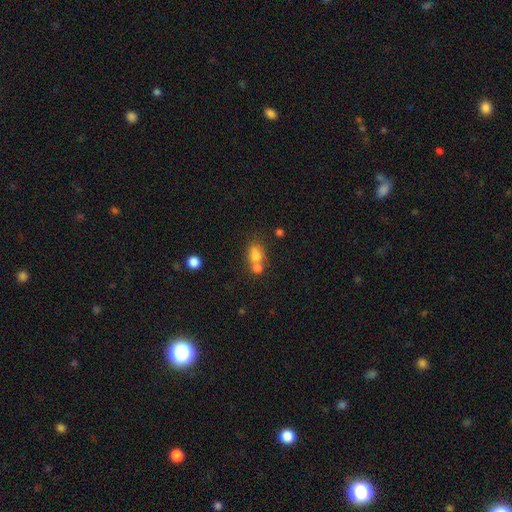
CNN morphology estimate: smooth-or-featured: smooth: 73% | featured or disk: 13% | star or artifact: 13%
  how-rounded: in between: 60% | round: 37% | cigar-shaped: 3%
  merging: merger: 51% | none: 33% | minor disturbance: 11% | major disturbance: 6%